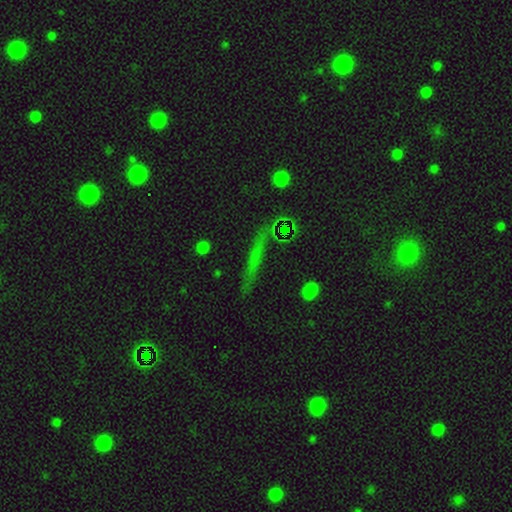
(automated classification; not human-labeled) A star or artifact, not a galaxy (37%, tied with smooth).

Vote fractions:
- Smooth or featured? star or artifact: 37% (tied) / smooth: 37% (tied) / featured or disk: 26%